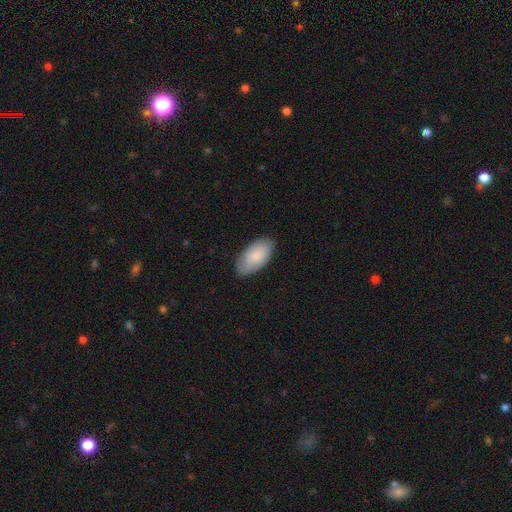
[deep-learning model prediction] smooth 81%, featured or disk 14%, star or artifact 5%. Down the decision tree: how rounded — in between (95%); merging — none (80%).